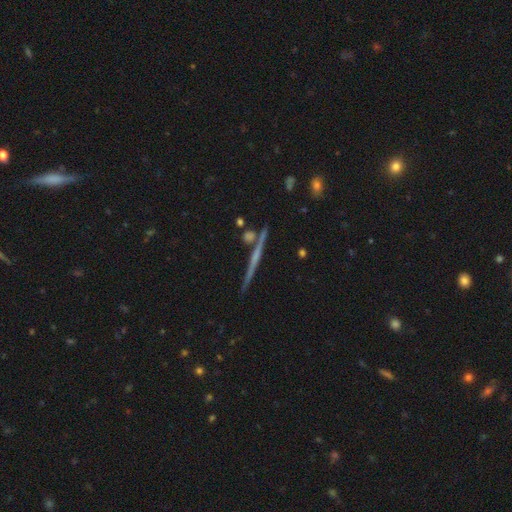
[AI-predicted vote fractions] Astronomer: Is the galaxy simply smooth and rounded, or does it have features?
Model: featured or disk — 71%.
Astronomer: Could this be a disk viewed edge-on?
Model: yes — 98%.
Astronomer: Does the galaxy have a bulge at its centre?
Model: none — 60%.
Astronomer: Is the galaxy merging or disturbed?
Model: none — 86%.